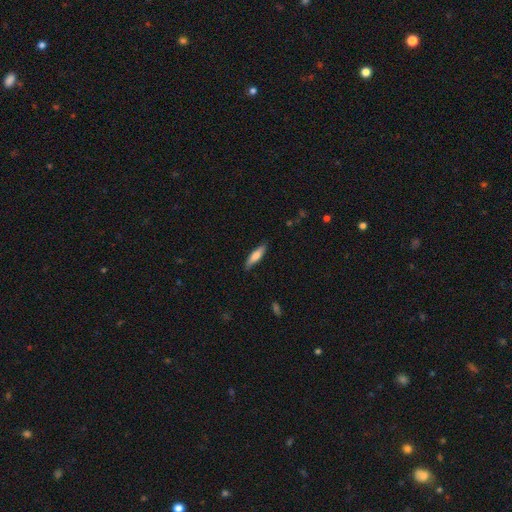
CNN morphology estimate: This is likely a smooth galaxy (68%). How rounded: likely cigar-shaped (74%). Merging: clearly none (85%).